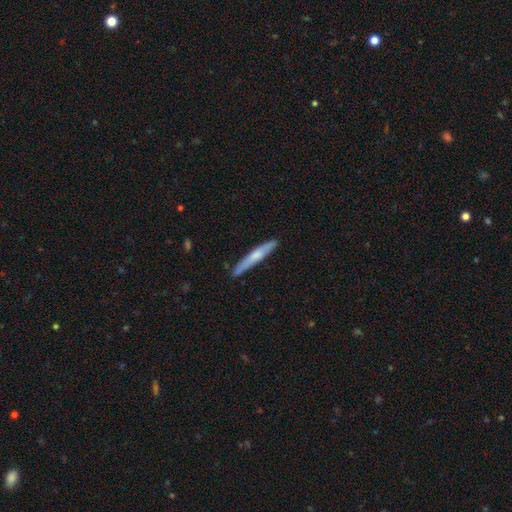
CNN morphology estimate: A smooth galaxy with no disk features (54%) that is cigar-shaped (95%). Merging: none (88%).